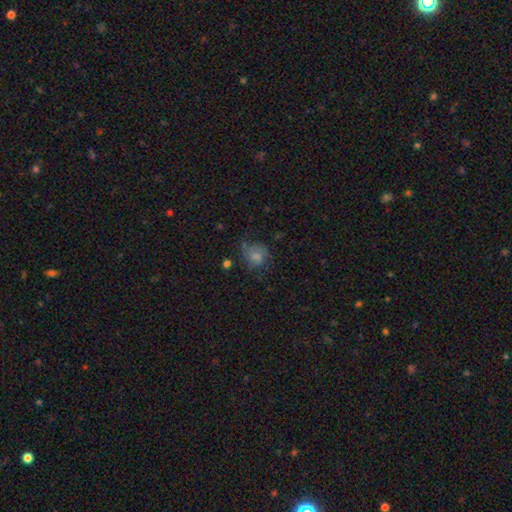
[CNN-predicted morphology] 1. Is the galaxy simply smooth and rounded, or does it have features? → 60% smooth, 29% featured or disk, 11% star or artifact.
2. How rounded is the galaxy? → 70% round, 29% in between, 1% cigar-shaped.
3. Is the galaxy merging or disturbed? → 49% none, 28% minor disturbance, 21% major disturbance, 3% merger.